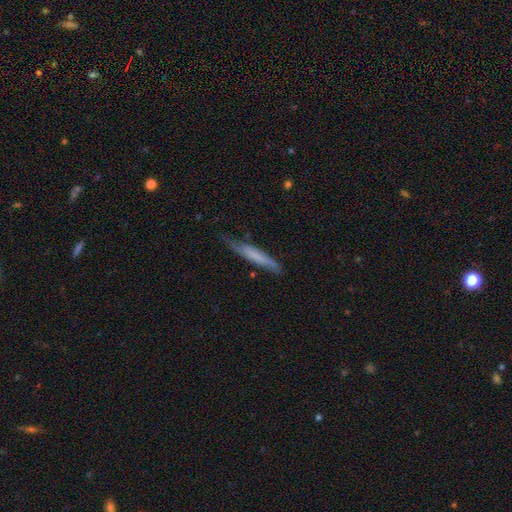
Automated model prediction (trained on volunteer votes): Q: Smooth or featured?
A: smooth (57%); runner-up: featured or disk (37%)
Q: How rounded?
A: cigar-shaped (93%); runner-up: in between (6%)
Q: Merging?
A: none (63%); runner-up: minor disturbance (28%)